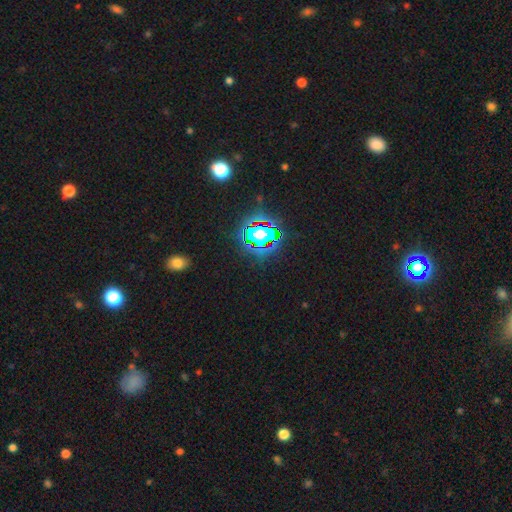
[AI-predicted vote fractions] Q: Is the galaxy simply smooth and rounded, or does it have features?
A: star or artifact — 80%.